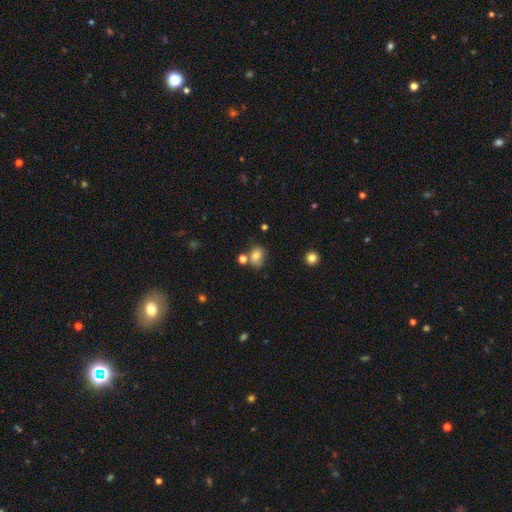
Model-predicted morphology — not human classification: A smooth galaxy with no disk features (76%) that is in between round and cigar-shaped (58%).

Vote fractions:
- Smooth or featured? smooth: 76% / star or artifact: 12% / featured or disk: 12%
- How rounded? in between: 58% / round: 41% / cigar-shaped: 1%
- Merging? none: 57% / minor disturbance: 19% / merger: 18% / major disturbance: 6%